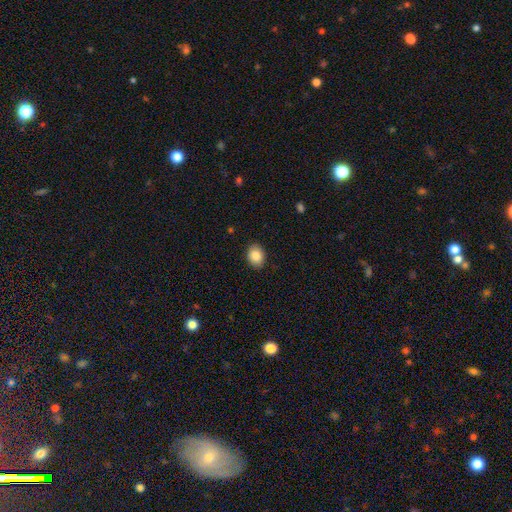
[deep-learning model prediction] This is clearly a smooth galaxy (87%). How rounded: likely in between (63%). Merging: clearly none (89%).